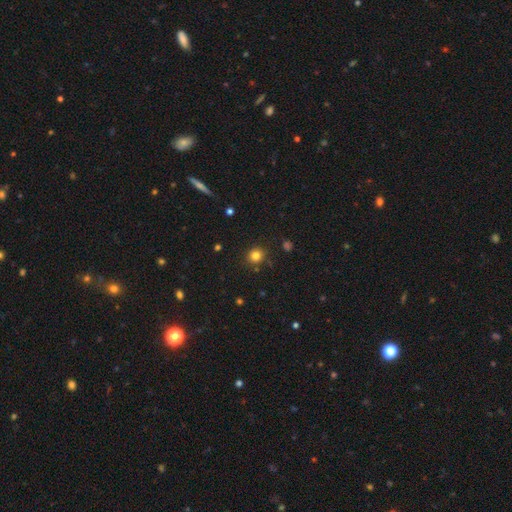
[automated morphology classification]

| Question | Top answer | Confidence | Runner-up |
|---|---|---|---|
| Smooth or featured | smooth | 80% | star or artifact (14%) |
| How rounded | round | 88% | in between (11%) |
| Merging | none | 87% | minor disturbance (8%) |